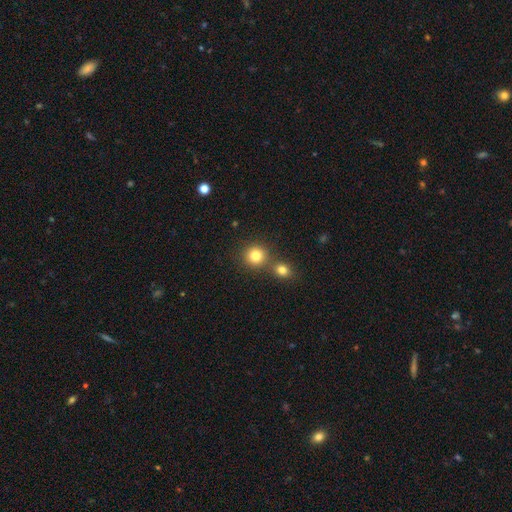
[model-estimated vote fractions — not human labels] A smooth galaxy with no disk features (81%) that is round (90%). Merging: none (65%).